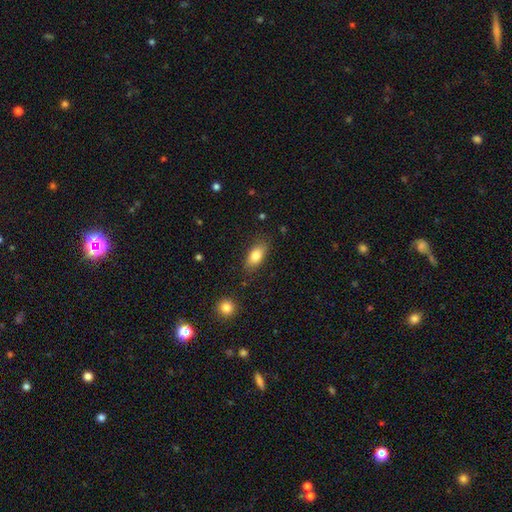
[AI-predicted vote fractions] Morphology: type=smooth (80%); roundness=in between (86%); merging=none (82%).